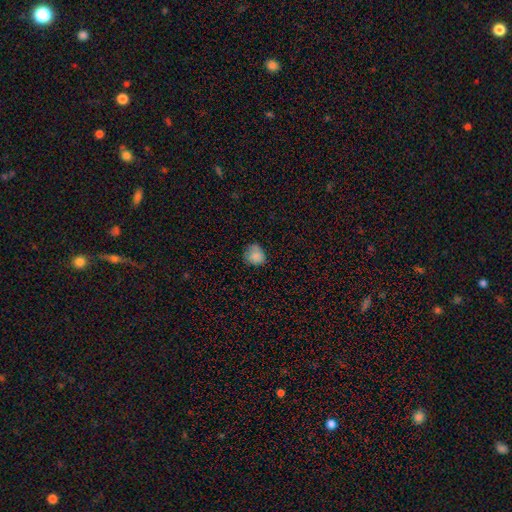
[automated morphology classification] A smooth galaxy with no disk features (83%) that is round (72%). Merging: none (68%).